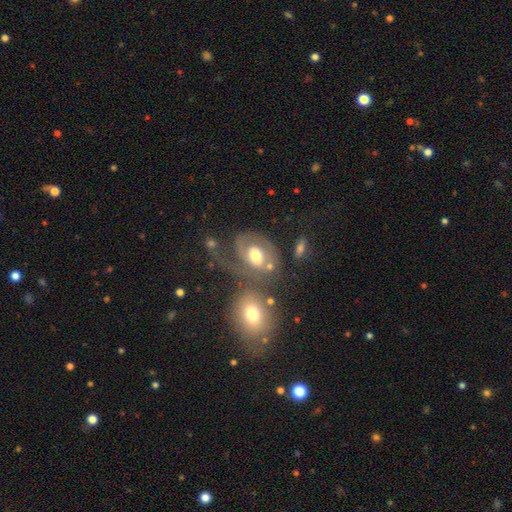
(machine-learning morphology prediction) Overall: featured or disk (63%; smooth 29%). Edge-on disk: no (96%). Bar: no (64%; weak 29%). Spiral arms: yes (77%). Bulge size: moderate (61%; large 28%). Merging: none (30%, tied with merger).